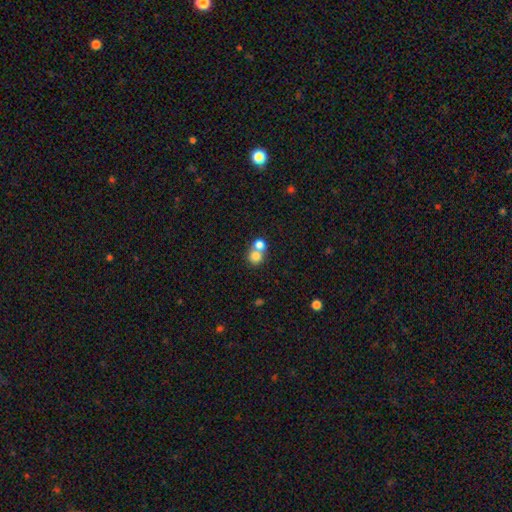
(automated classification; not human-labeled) A smooth galaxy with no disk features (77%) that is round (84%). Merging: merger (56%).